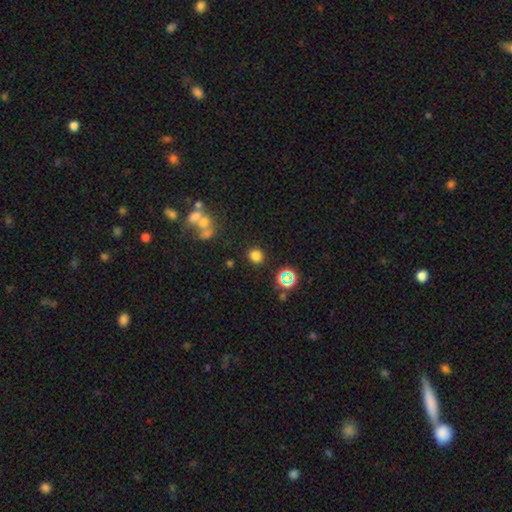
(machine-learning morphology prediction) Smooth or featured: smooth — 75% (star or artifact — 19%)
How rounded: round — 80% (in between — 19%)
Merging: none — 84% (minor disturbance — 8%)